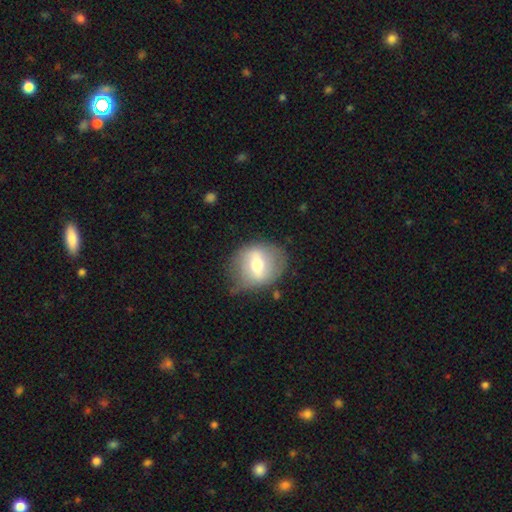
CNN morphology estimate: smooth-or-featured: smooth: 44% | featured or disk: 37% | star or artifact: 19%
  merging: none: 78% | minor disturbance: 14% | major disturbance: 6% | merger: 2%